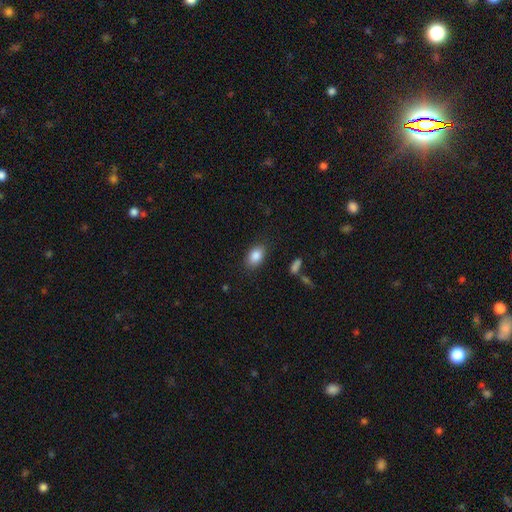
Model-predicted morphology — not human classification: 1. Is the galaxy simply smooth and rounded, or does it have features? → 86% smooth, 8% star or artifact, 6% featured or disk.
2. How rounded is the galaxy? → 87% in between, 11% round, 2% cigar-shaped.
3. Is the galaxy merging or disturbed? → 84% none, 11% minor disturbance, 3% major disturbance, 2% merger.